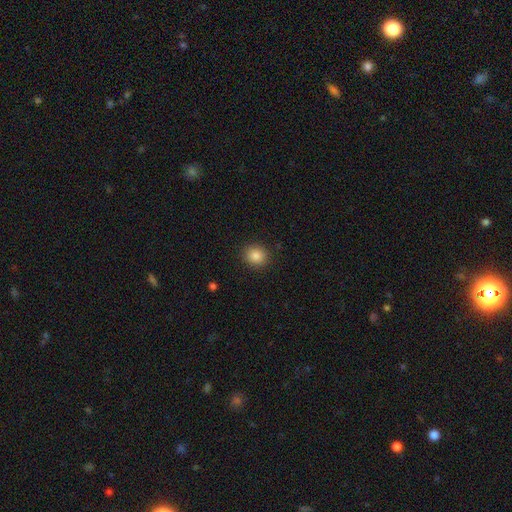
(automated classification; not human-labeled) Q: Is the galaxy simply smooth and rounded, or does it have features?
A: smooth — 85%.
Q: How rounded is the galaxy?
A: round — 78%.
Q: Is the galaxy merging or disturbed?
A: none — 90%.